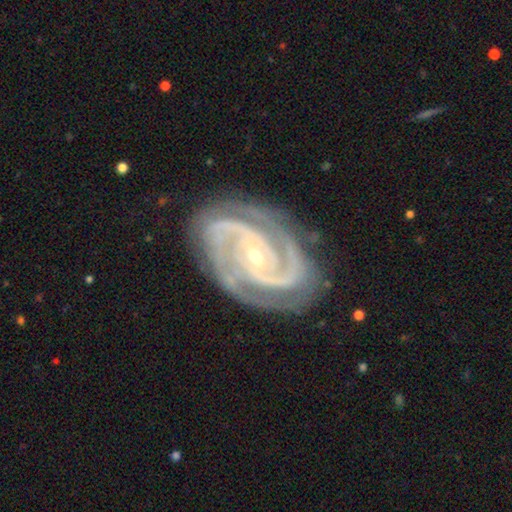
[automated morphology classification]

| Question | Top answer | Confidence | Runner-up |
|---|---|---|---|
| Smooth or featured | featured or disk | 93% | star or artifact (5%) |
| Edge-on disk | no | 98% | yes (2%) |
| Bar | no | 48% | weak (30%) |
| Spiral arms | yes | 99% | no (1%) |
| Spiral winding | tight | 60% | medium (37%) |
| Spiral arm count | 2 | 66% | 3 (20%) |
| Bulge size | small | 79% | moderate (18%) |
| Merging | none | 79% | minor disturbance (16%) |